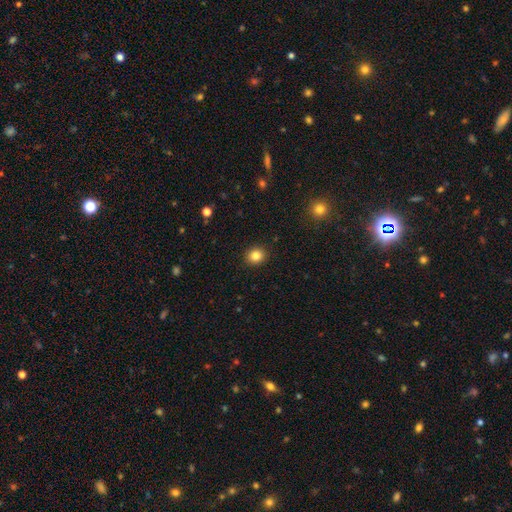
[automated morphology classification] A smooth galaxy with no disk features (84%) that is round (73%). Merging: none (91%).